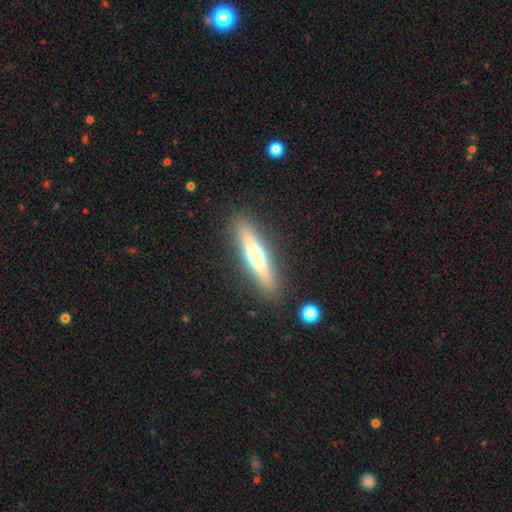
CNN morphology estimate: type=featured or disk (48%); merging=none (88%).